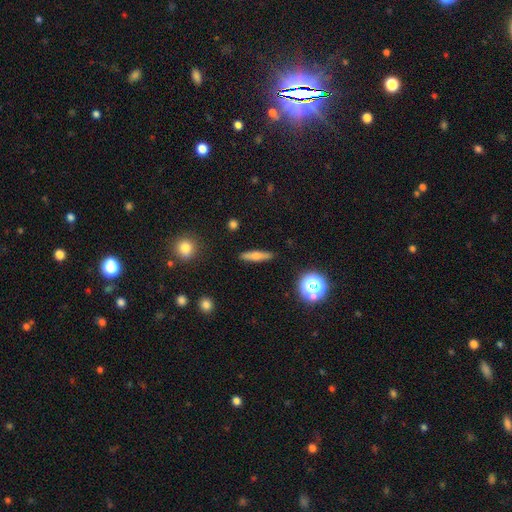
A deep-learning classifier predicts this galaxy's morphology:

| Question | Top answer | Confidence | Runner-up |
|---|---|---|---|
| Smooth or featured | smooth | 56% | featured or disk (34%) |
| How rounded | cigar-shaped | 80% | in between (15%) |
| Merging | none | 89% | minor disturbance (8%) |